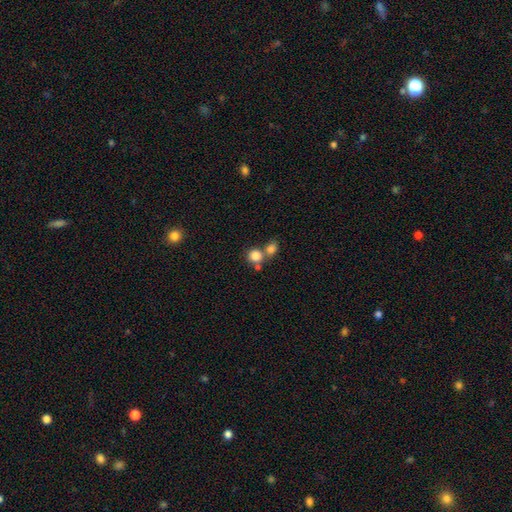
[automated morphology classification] This appears to be a smooth galaxy with no disk features (82%) that is round (84%). Merging: none (48%).